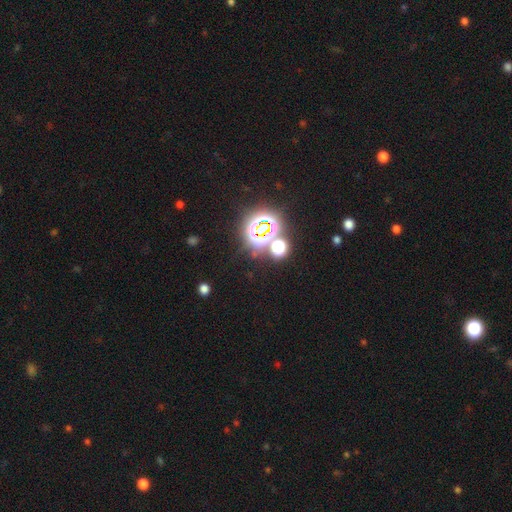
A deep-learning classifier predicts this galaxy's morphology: Smooth or featured? star or artifact (79%)